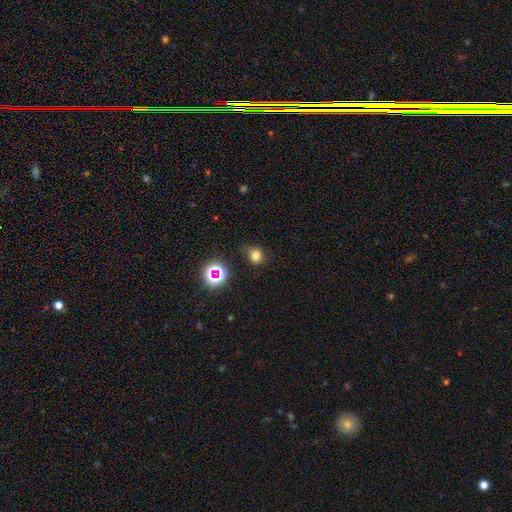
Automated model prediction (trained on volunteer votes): Smooth or featured: smooth — 74% (star or artifact — 19%)
How rounded: round — 69% (in between — 30%)
Merging: none — 68% (minor disturbance — 22%)